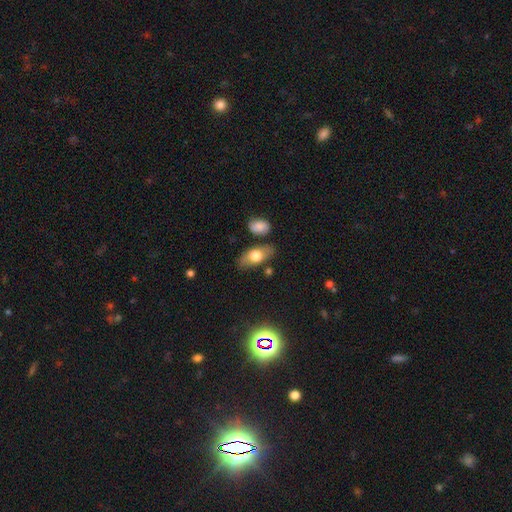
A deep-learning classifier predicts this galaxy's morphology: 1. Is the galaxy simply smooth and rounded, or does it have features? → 69% smooth, 24% featured or disk, 7% star or artifact.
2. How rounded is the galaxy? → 86% in between, 8% cigar-shaped, 5% round.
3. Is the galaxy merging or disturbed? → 76% none, 15% minor disturbance, 5% merger, 4% major disturbance.